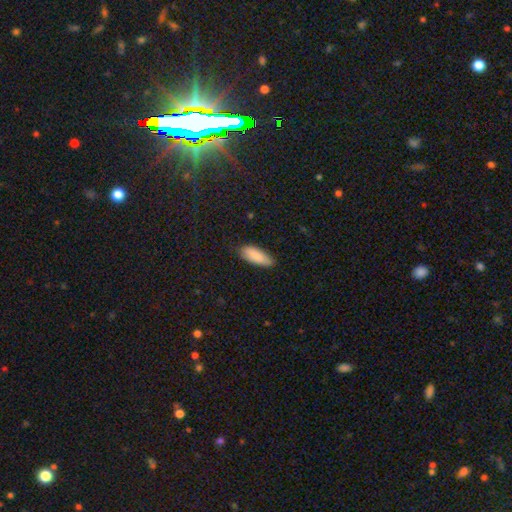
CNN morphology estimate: A smooth galaxy with no disk features (88%) that is in between round and cigar-shaped (71%).

Vote fractions:
- Smooth or featured? smooth: 88% / featured or disk: 6% / star or artifact: 6%
- How rounded? in between: 71% / cigar-shaped: 28% / round: 2%
- Merging? none: 81% / minor disturbance: 15% / major disturbance: 2% / merger: 1%